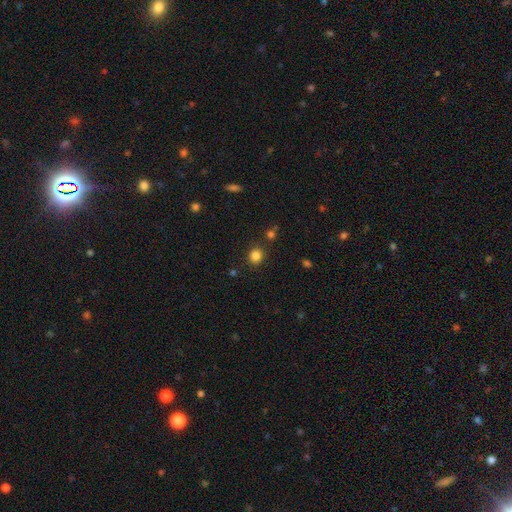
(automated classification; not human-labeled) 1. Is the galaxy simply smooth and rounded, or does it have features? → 83% smooth, 13% star or artifact, 4% featured or disk.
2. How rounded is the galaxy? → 85% round, 14% in between, 1% cigar-shaped.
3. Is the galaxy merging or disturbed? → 86% none, 8% minor disturbance, 4% merger, 3% major disturbance.